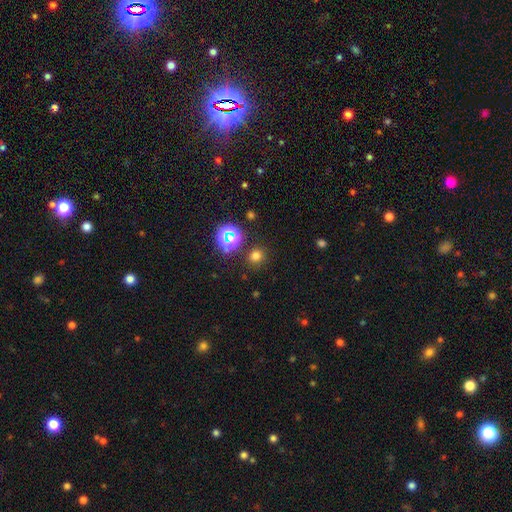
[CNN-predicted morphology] type=smooth (69%); roundness=round (84%); merging=none (84%).